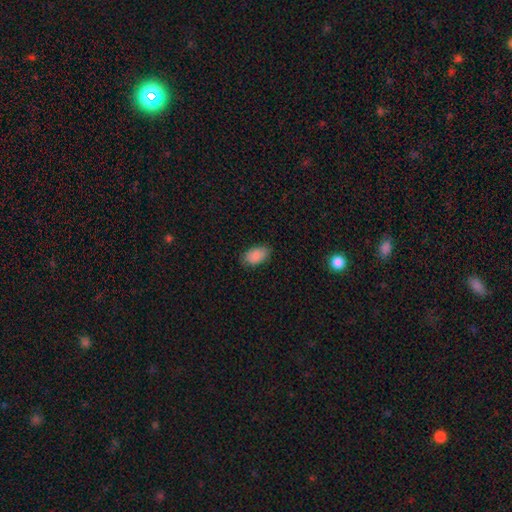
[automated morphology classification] smooth 88%, star or artifact 7%, featured or disk 4%. Down the decision tree: how rounded — in between (93%); merging — none (80%).